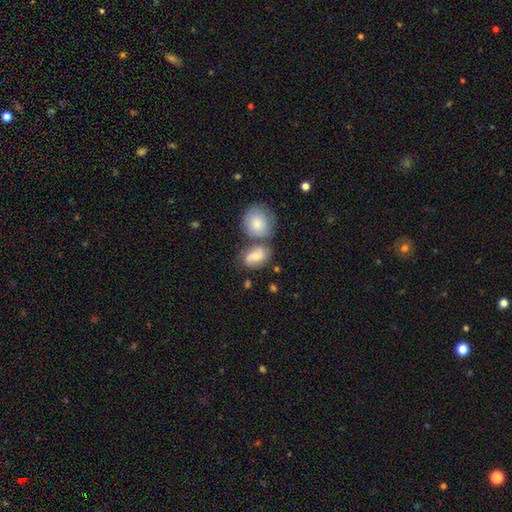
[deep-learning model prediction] The model was most divided on "merging": none: 45%, merger: 33%, minor disturbance: 16%, major disturbance: 7%. More confident: how rounded — in between (67%); smooth or featured — smooth (61%).